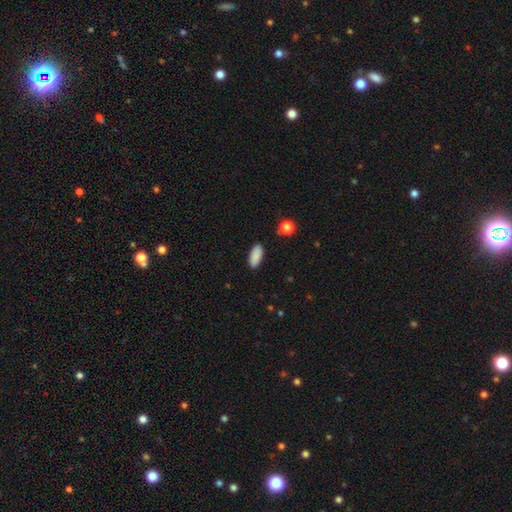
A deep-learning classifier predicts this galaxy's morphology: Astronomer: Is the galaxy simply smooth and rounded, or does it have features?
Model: smooth — 89%.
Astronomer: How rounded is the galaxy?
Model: in between — 86%.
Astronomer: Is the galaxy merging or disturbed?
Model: none — 88%.